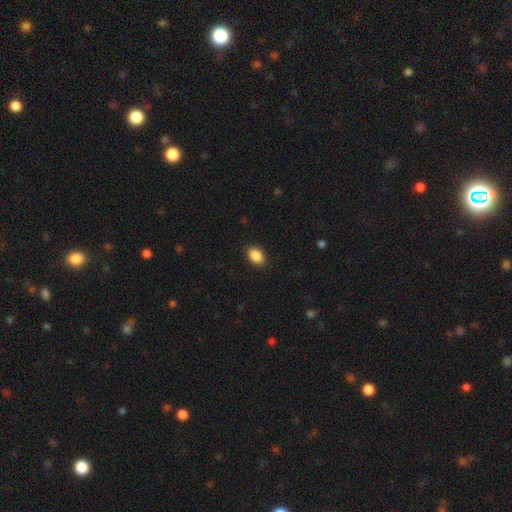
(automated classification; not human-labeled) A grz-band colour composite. It shows a smooth galaxy with no disk features (89%) that is in between round and cigar-shaped (83%). Merging: none (89%).